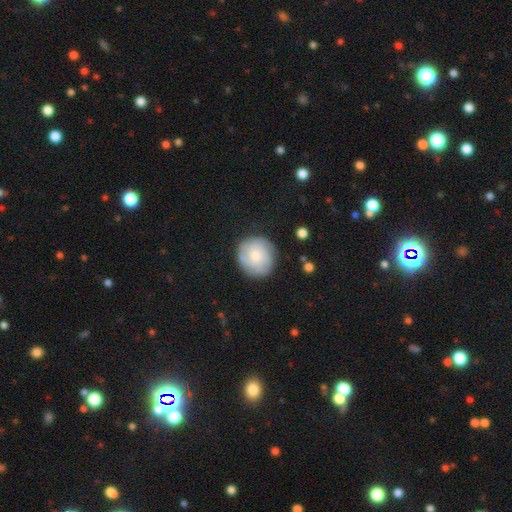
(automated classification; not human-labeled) smooth 49%, featured or disk 44%, star or artifact 7%. Down the decision tree: merging — none (80%).